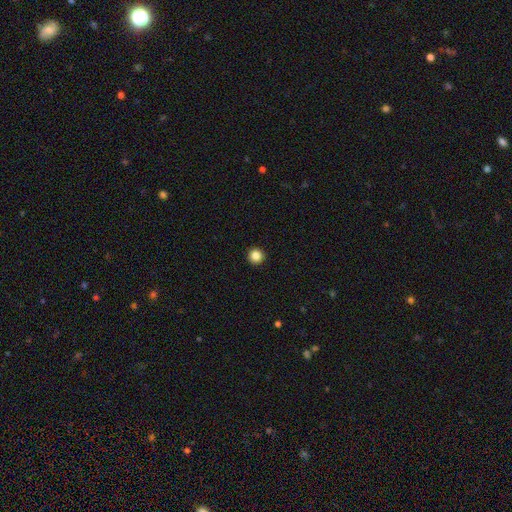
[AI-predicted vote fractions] smooth_or_featured: smooth (p=0.86) [alt: star or artifact p=0.11]
how_rounded: round (p=0.96) [alt: in between p=0.03]
merging: none (p=0.94) [alt: minor disturbance p=0.04]